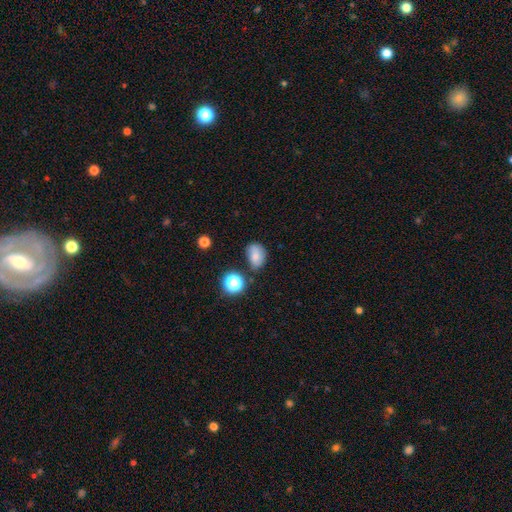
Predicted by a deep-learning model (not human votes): Smooth or featured? Predicted: smooth (p=0.75). How rounded? Predicted: in between (p=0.72). Merging? Predicted: none (p=0.62).